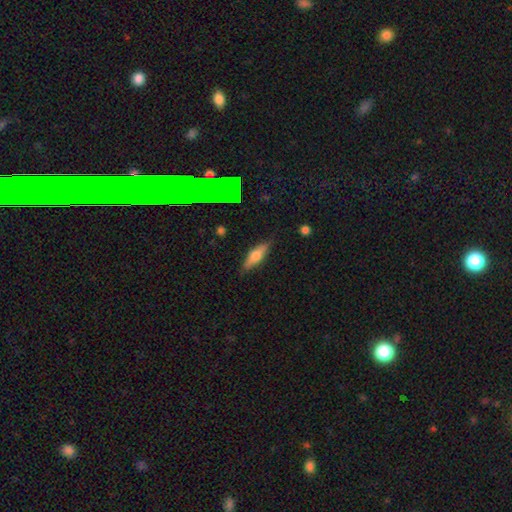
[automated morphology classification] Smooth or featured: smooth — 48% (featured or disk — 43%)
Merging: none — 84% (minor disturbance — 12%)